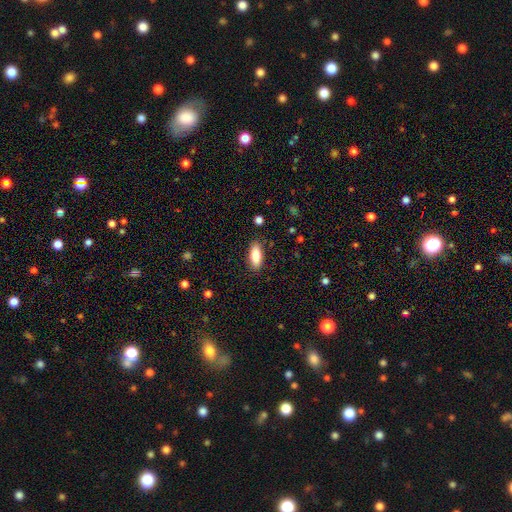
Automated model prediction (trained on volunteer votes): This is clearly a smooth galaxy (84%). How rounded: clearly in between (81%). Merging: clearly none (87%).